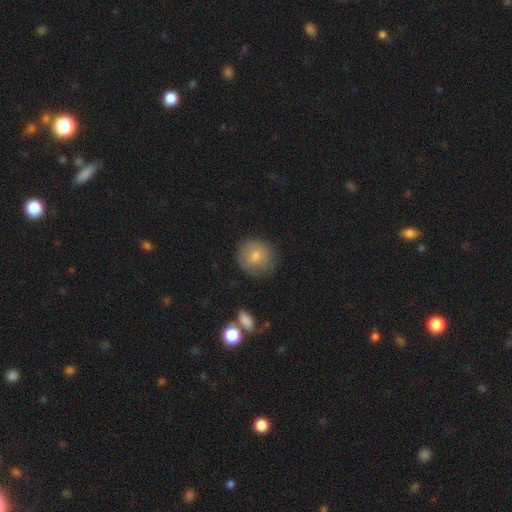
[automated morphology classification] Smooth or featured: smooth — 78% (featured or disk — 14%)
How rounded: round — 88% (in between — 11%)
Merging: none — 80% (minor disturbance — 14%)